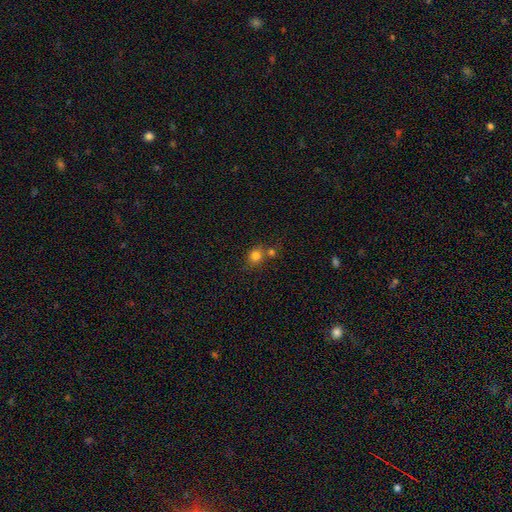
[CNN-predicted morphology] Q: Smooth or featured?
A: smooth (79%); runner-up: star or artifact (13%)
Q: How rounded?
A: round (77%); runner-up: in between (22%)
Q: Merging?
A: none (55%); runner-up: merger (30%)